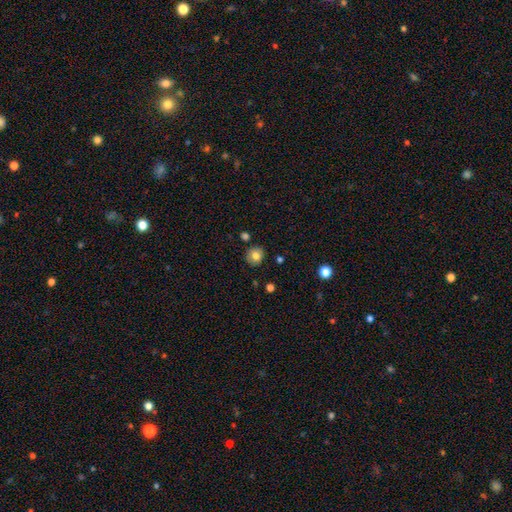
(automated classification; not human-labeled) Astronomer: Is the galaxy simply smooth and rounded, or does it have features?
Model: smooth — 78%.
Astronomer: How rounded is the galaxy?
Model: round — 87%.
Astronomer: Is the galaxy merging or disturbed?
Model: none — 86%.